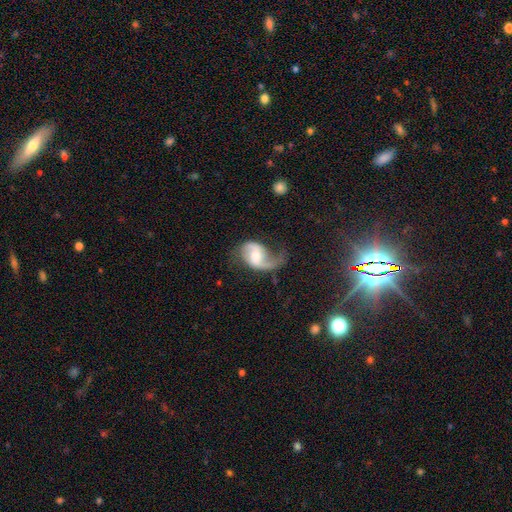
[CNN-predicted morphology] A featured or disk galaxy (82%) with a weak bar (43%), 2 (67%) loose (61%) spiral arms (94%) and a moderate central bulge (58%).

Vote fractions:
- Smooth or featured? featured or disk: 82% / smooth: 12% / star or artifact: 5%
- Edge-on disk? no: 97% / yes: 3%
- Bar? weak: 43% / no: 40% / strong: 17%
- Spiral arms? yes: 94% / no: 6%
- Spiral winding? loose: 61% / medium: 31% / tight: 8%
- Spiral arm count? 2: 67% / 1: 27% / can't tell: 3% / 3: 1% / 4: 1% / more than 4: 1%
- Bulge size? moderate: 58% / small: 33% / large: 5% / none: 2% / dominant: 1%
- Merging? none: 45% / major disturbance: 29% / minor disturbance: 24% / merger: 3%